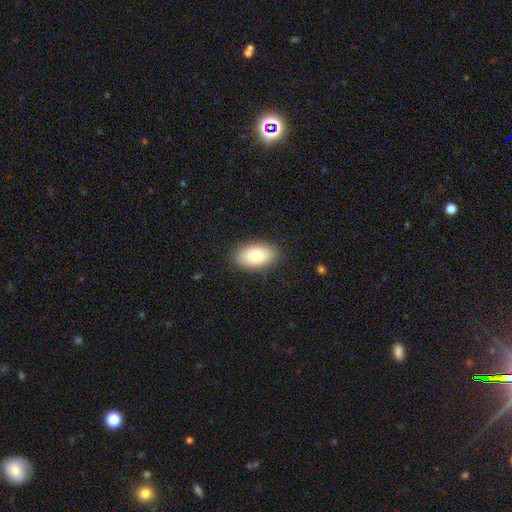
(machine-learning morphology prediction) smooth_or_featured: smooth (p=0.81) [alt: featured or disk p=0.12]
how_rounded: in between (p=0.93) [alt: round p=0.05]
merging: none (p=0.87) [alt: minor disturbance p=0.09]